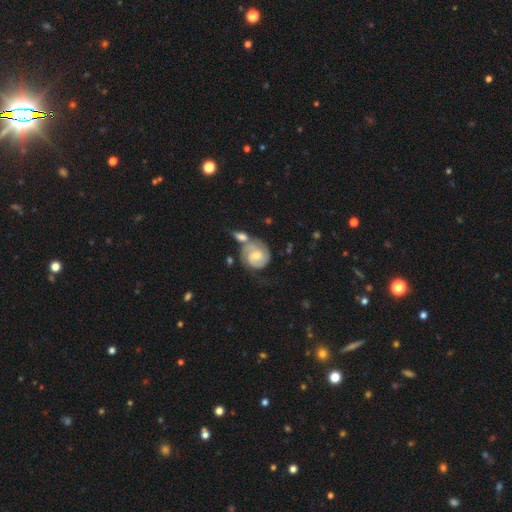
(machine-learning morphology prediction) featured or disk 76%, smooth 18%, star or artifact 5%. Down the decision tree: edge-on disk — no (98%); bar — no (59%); spiral arms — yes (94%); spiral arm count — 2 (67%); spiral winding — tight (60%); bulge size — moderate (55%); merging — none (41%).